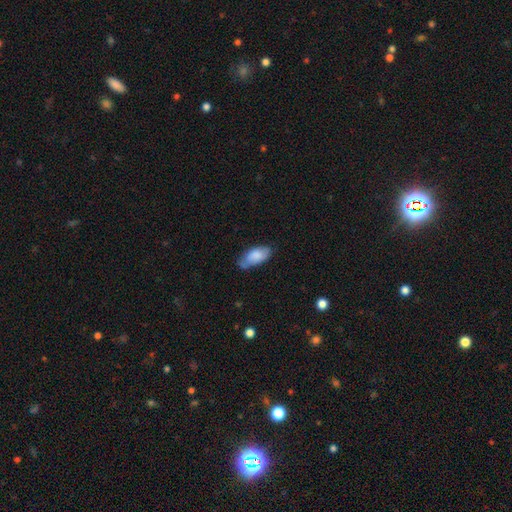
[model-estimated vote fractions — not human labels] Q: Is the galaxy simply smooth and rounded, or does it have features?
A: smooth — 78%.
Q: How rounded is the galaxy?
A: in between — 90%.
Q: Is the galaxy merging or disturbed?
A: none — 58%.